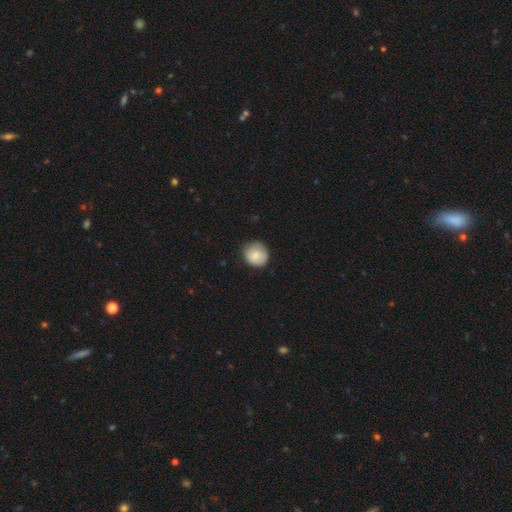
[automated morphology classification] type=smooth (83%); roundness=round (87%); merging=none (79%).